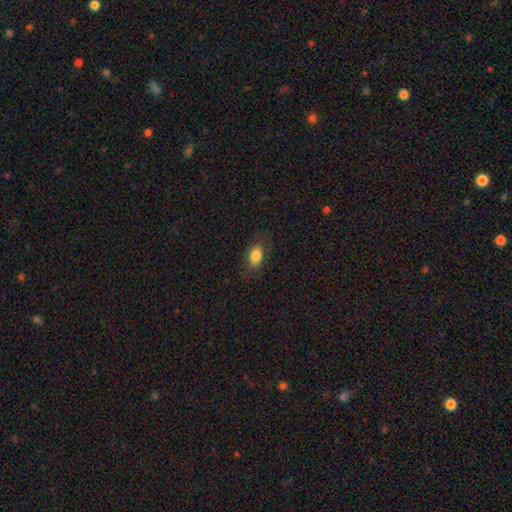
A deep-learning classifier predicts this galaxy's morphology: smooth_or_featured: smooth (p=0.83) [alt: featured or disk p=0.08]
how_rounded: in between (p=0.87) [alt: round p=0.09]
merging: none (p=0.83) [alt: minor disturbance p=0.12]